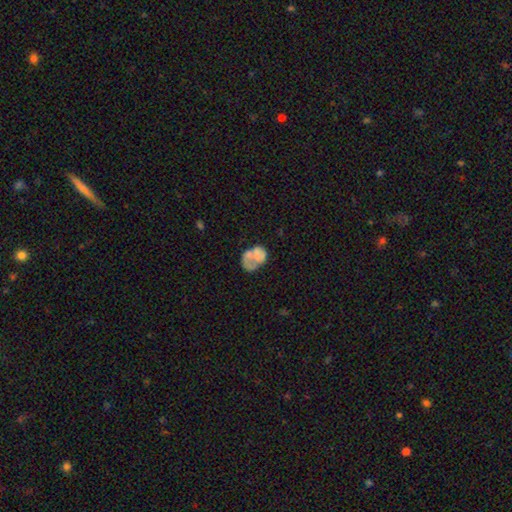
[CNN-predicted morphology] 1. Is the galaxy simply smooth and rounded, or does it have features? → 51% smooth, 39% featured or disk, 10% star or artifact.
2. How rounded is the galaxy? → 67% in between, 32% round, 1% cigar-shaped.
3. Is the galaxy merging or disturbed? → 32% none, 30% major disturbance, 26% minor disturbance, 12% merger.